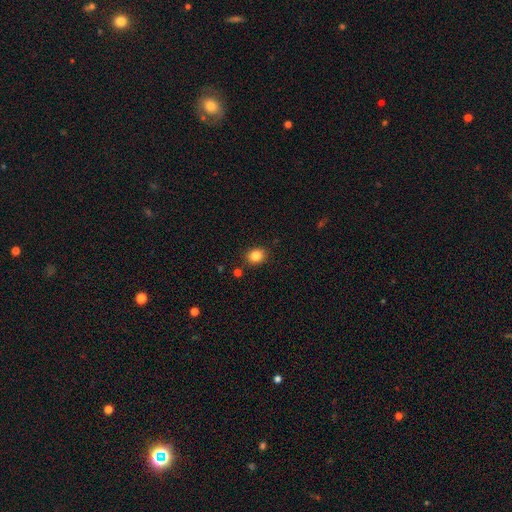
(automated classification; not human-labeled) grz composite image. It shows a smooth galaxy with no disk features (84%) that is round (58%). Merging: none (86%).